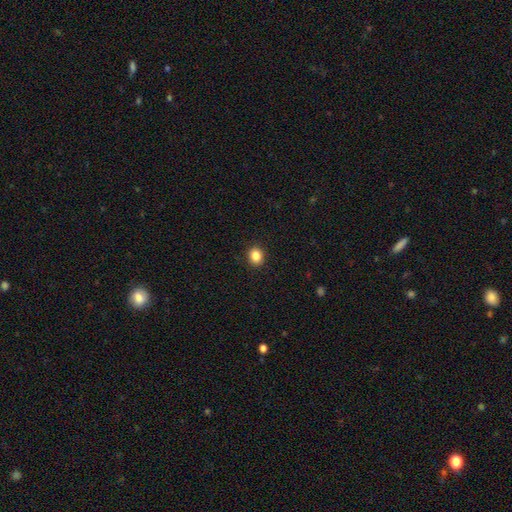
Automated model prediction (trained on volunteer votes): Overall: smooth (86%). How rounded: round (67%; in between 32%). Merging: none (91%).